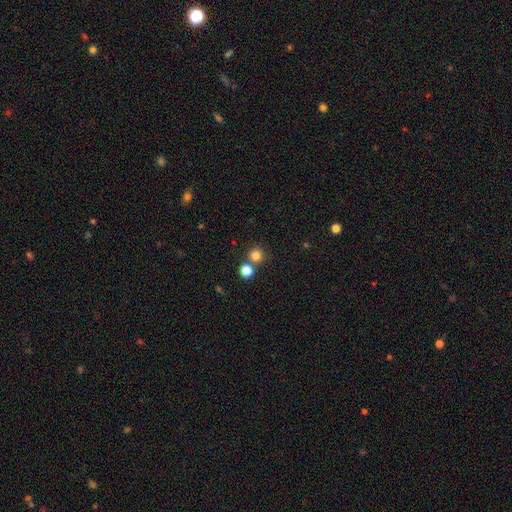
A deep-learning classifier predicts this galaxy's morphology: The model was most divided on "merging": none: 73%, merger: 18%, minor disturbance: 6%, major disturbance: 3%. More confident: how rounded — round (93%); smooth or featured — smooth (80%).